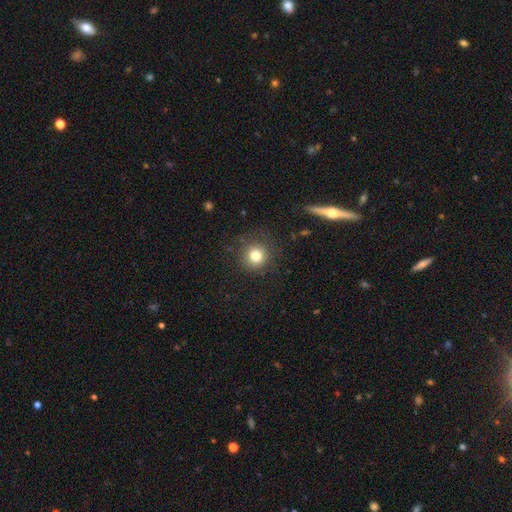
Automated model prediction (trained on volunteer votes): Smooth or featured? smooth (80%)
How rounded? round (92%)
Merging? none (86%)